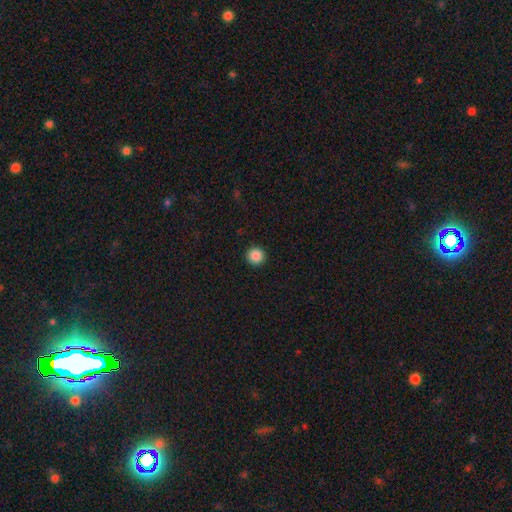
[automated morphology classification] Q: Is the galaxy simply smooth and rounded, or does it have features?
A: smooth — 87%.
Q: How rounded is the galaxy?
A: round — 96%.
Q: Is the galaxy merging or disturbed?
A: none — 93%.